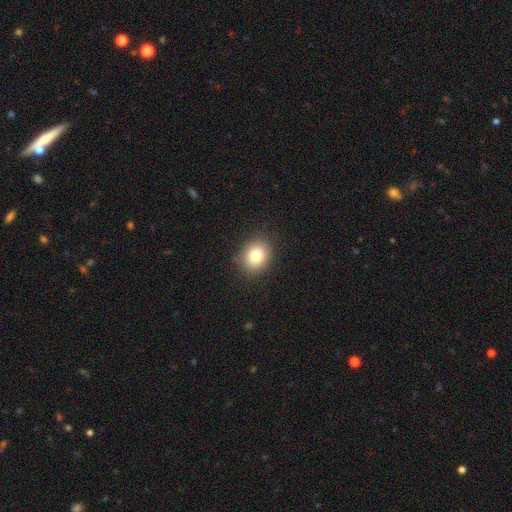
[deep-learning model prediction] This appears to be a smooth galaxy with no disk features (80%) that is round (61%). Merging: none (88%).